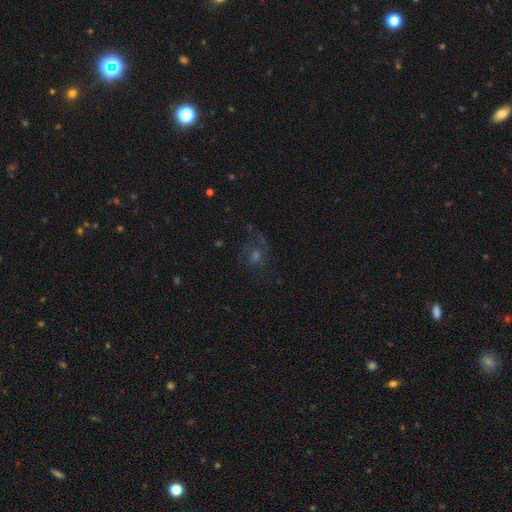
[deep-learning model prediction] Q: Smooth or featured?
A: featured or disk (38%); runner-up: star or artifact (34%)
Q: Merging?
A: none (58%); runner-up: major disturbance (22%)